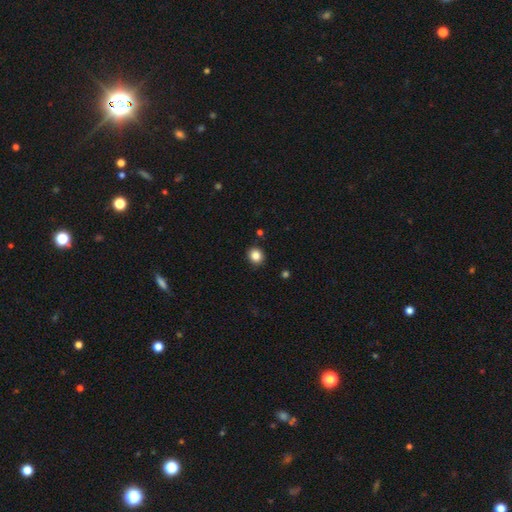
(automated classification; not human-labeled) A smooth galaxy with no disk features (85%) that is round (79%).

Vote fractions:
- Smooth or featured? smooth: 85% / star or artifact: 10% / featured or disk: 5%
- How rounded? round: 79% / in between: 20% / cigar-shaped: 1%
- Merging? none: 90% / minor disturbance: 7% / major disturbance: 2% / merger: 2%